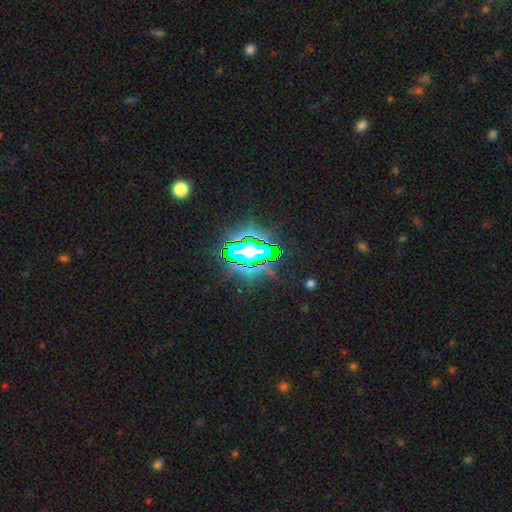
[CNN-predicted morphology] Smooth or featured: star or artifact — 82% (smooth — 10%)